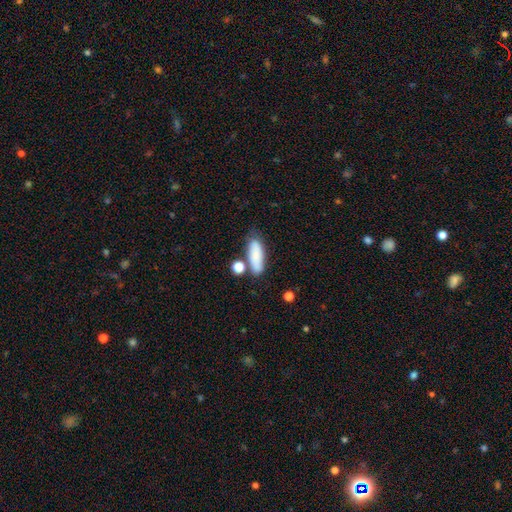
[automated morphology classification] This appears to be a smooth galaxy with no disk features (79%) that is in between round and cigar-shaped (68%). Merging: none (60%).